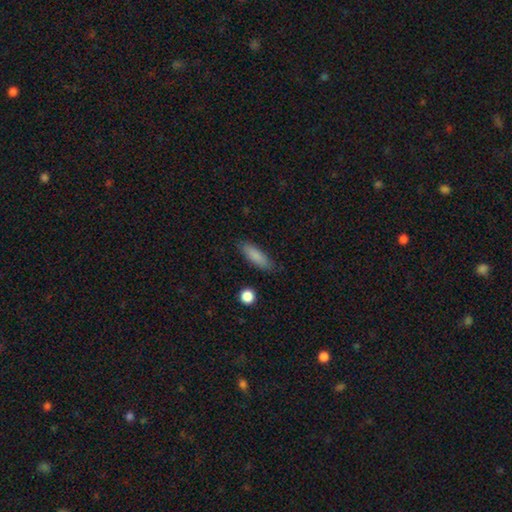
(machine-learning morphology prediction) Overall: smooth (85%). How rounded: cigar-shaped (51%; in between 47%). Merging: none (83%).